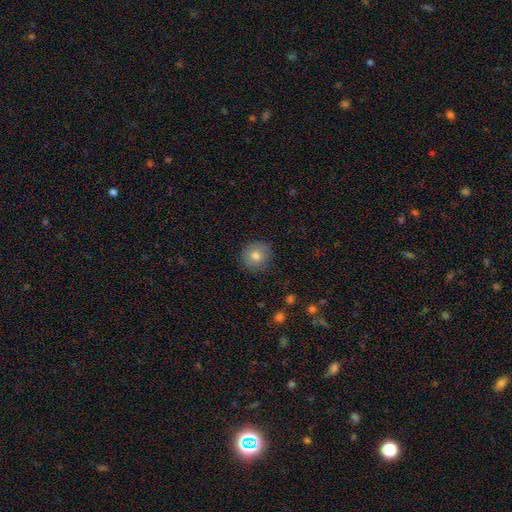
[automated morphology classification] A smooth galaxy with no disk features (79%) that is round (92%). Merging: none (89%).